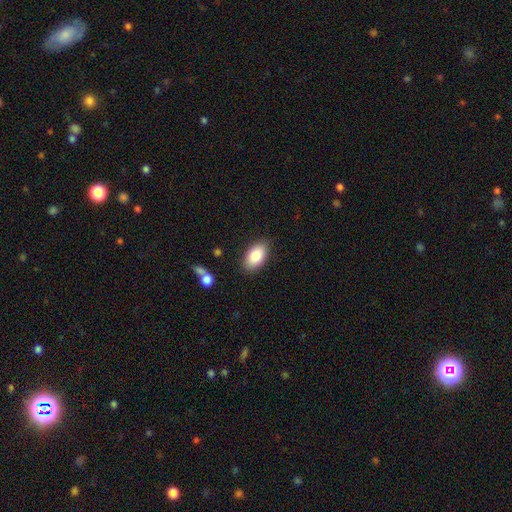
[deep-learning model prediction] A smooth galaxy with no disk features (83%) that is in between round and cigar-shaped (93%). Merging: none (85%).